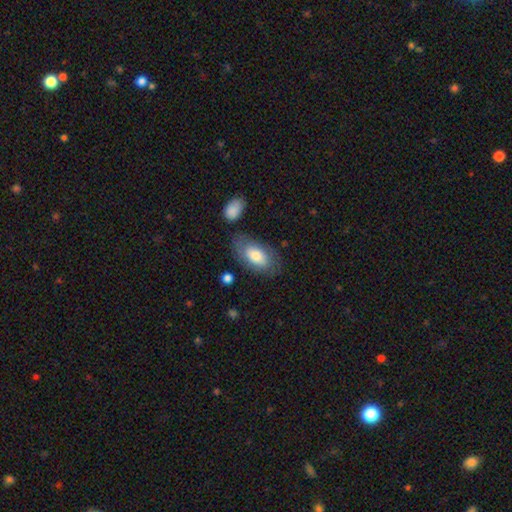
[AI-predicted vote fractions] Q: Smooth or featured?
A: smooth (74%); runner-up: featured or disk (20%)
Q: How rounded?
A: in between (93%); runner-up: round (4%)
Q: Merging?
A: none (72%); runner-up: minor disturbance (17%)